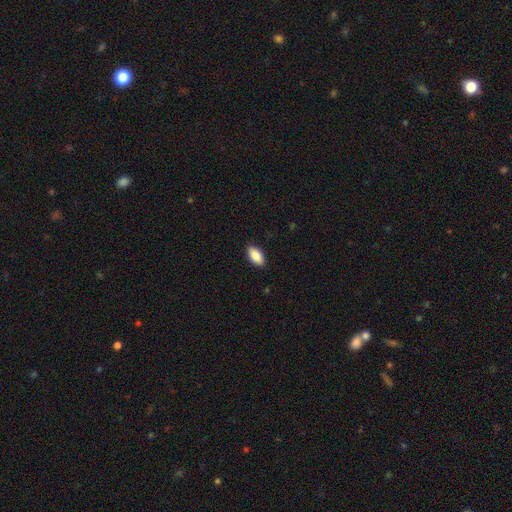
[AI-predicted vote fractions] Smooth or featured: smooth — 90% (star or artifact — 6%)
How rounded: in between — 93% (cigar-shaped — 4%)
Merging: none — 89% (minor disturbance — 8%)